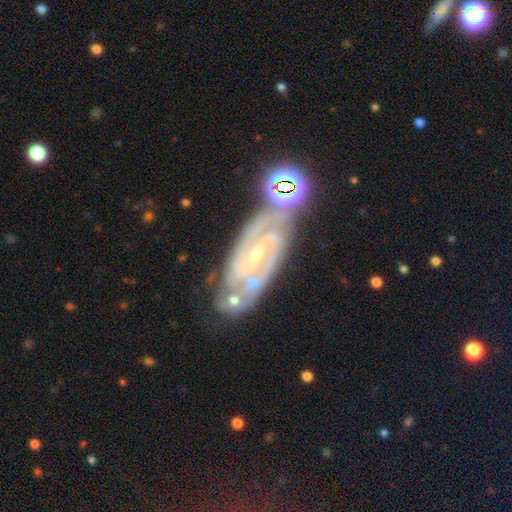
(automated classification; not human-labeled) Overall: featured or disk (88%). Edge-on disk: no (95%). Bar: weak (42%; strong 37%). Spiral arms: yes (98%). Spiral arm count: 2 (76%). Spiral winding: tight (55%; medium 38%). Bulge size: small (78%). Merging: none (64%).